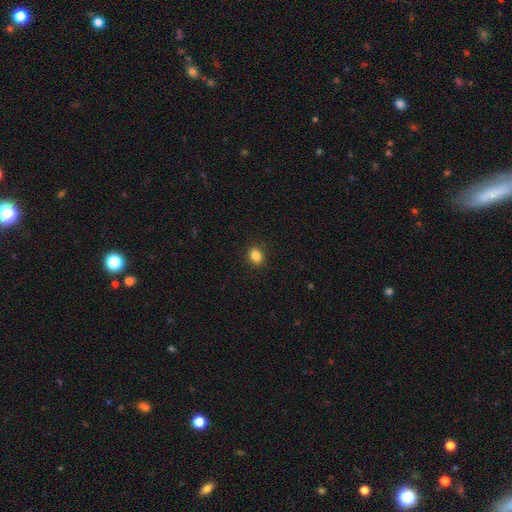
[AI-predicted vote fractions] This appears to be a smooth galaxy with no disk features (84%) that is round (67%). Merging: none (91%).